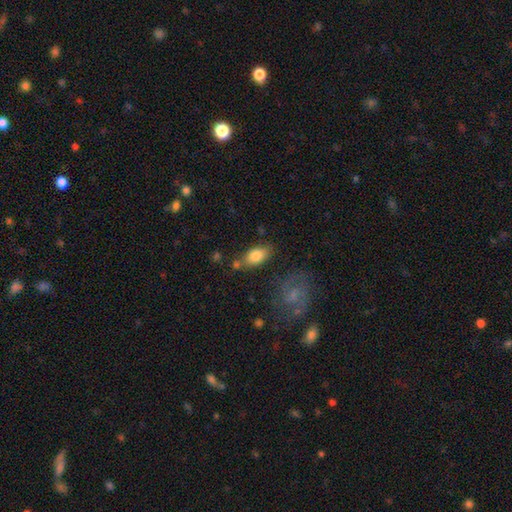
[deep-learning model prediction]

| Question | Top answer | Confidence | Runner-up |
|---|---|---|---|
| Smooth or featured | smooth | 80% | featured or disk (13%) |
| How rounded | in between | 88% | cigar-shaped (6%) |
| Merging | none | 70% | minor disturbance (17%) |